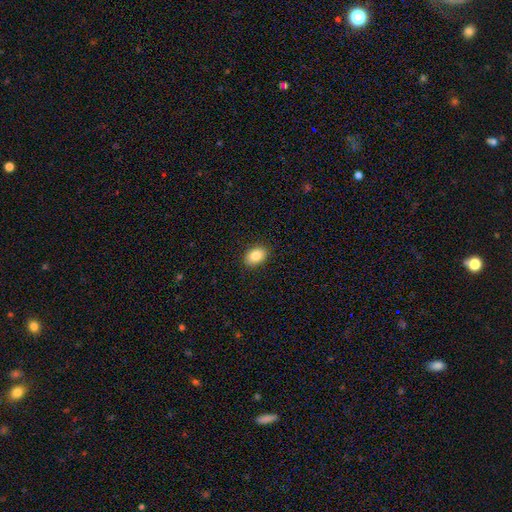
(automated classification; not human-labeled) Q: Smooth or featured?
A: smooth (86%); runner-up: star or artifact (8%)
Q: How rounded?
A: in between (83%); runner-up: round (15%)
Q: Merging?
A: none (89%); runner-up: minor disturbance (8%)